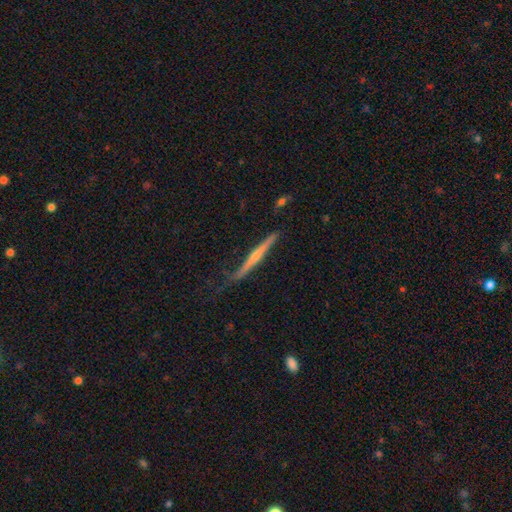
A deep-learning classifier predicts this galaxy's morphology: type=featured or disk (68%); edge-on=yes (95%); edge-on bulge=rounded (60%); merging=none (64%).